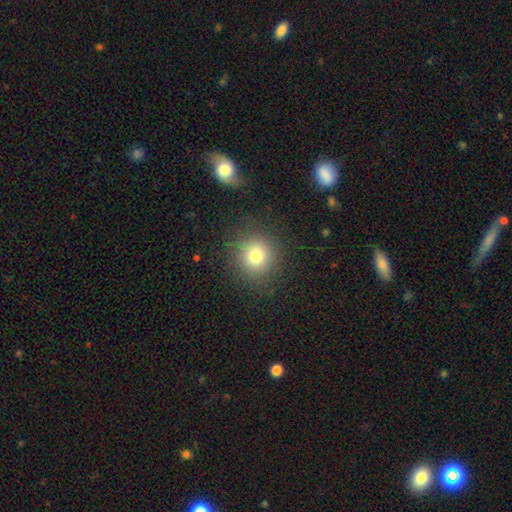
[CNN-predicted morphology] This appears to be a smooth galaxy with no disk features (78%) that is round (90%). Merging: none (88%).